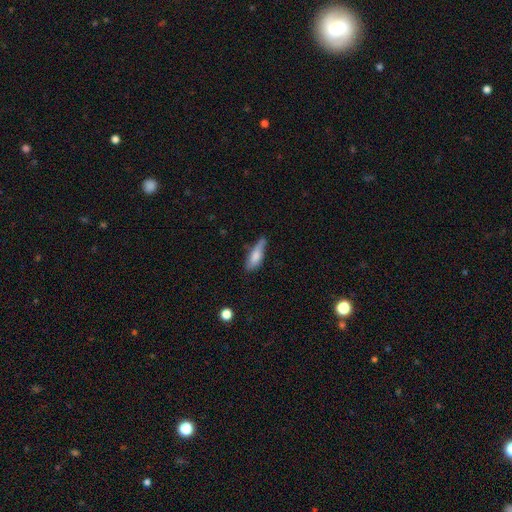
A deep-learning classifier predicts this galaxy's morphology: A smooth galaxy with no disk features (72%) that is in between round and cigar-shaped (53%).

Vote fractions:
- Smooth or featured? smooth: 72% / featured or disk: 22% / star or artifact: 7%
- How rounded? in between: 53% / cigar-shaped: 44% / round: 2%
- Merging? none: 54% / minor disturbance: 34% / major disturbance: 8% / merger: 4%